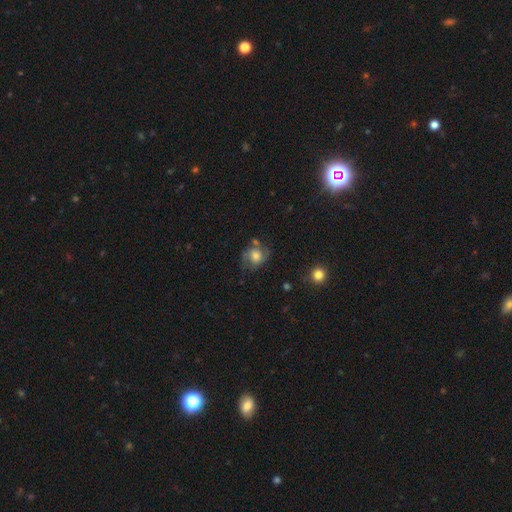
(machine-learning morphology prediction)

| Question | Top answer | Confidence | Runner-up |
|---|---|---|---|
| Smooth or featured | smooth | 46% | featured or disk (44%) |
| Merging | none | 57% | minor disturbance (23%) |